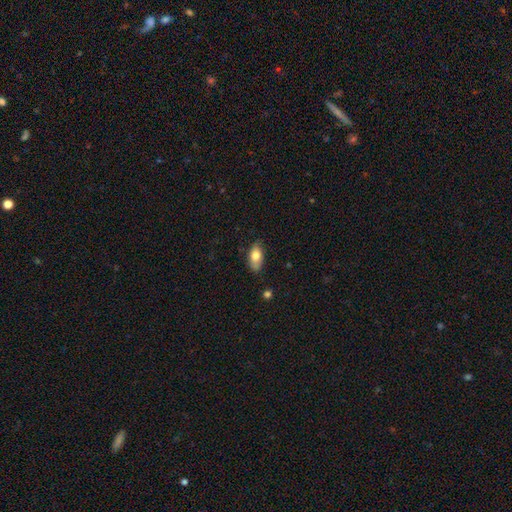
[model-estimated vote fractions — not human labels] Q: Smooth or featured?
A: smooth (76%); runner-up: featured or disk (18%)
Q: How rounded?
A: in between (88%); runner-up: cigar-shaped (7%)
Q: Merging?
A: none (72%); runner-up: minor disturbance (22%)